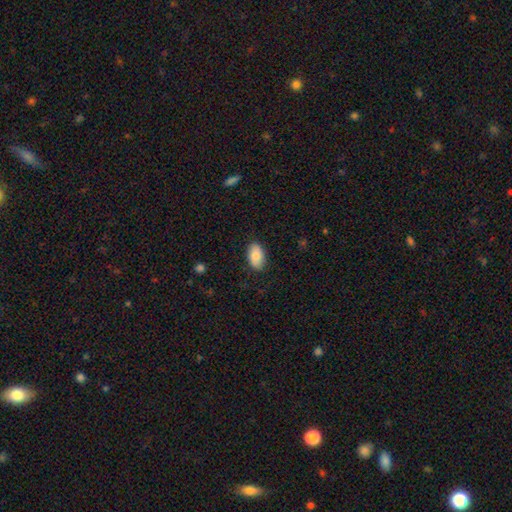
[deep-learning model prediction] A smooth galaxy with no disk features (82%) that is in between round and cigar-shaped (94%). Merging: none (87%).